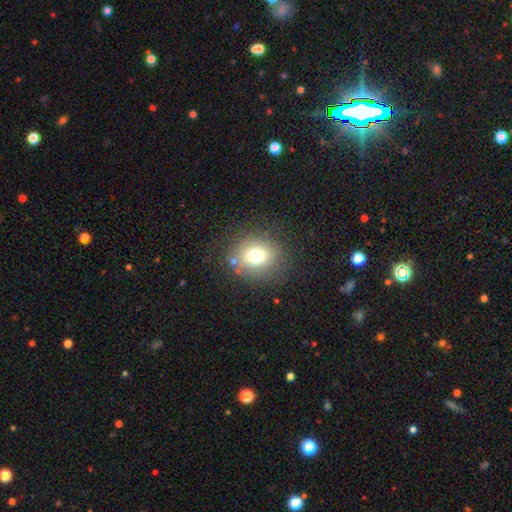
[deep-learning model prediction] Q: Smooth or featured?
A: smooth (72%); runner-up: star or artifact (14%)
Q: How rounded?
A: round (70%); runner-up: in between (29%)
Q: Merging?
A: none (79%); runner-up: minor disturbance (12%)